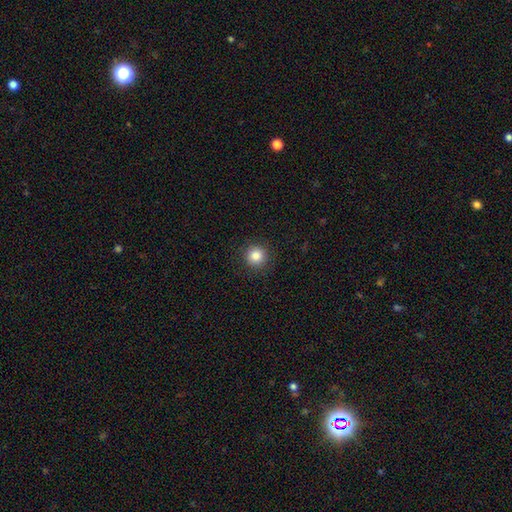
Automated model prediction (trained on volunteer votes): A smooth galaxy with no disk features (85%) that is round (95%). Merging: none (91%).